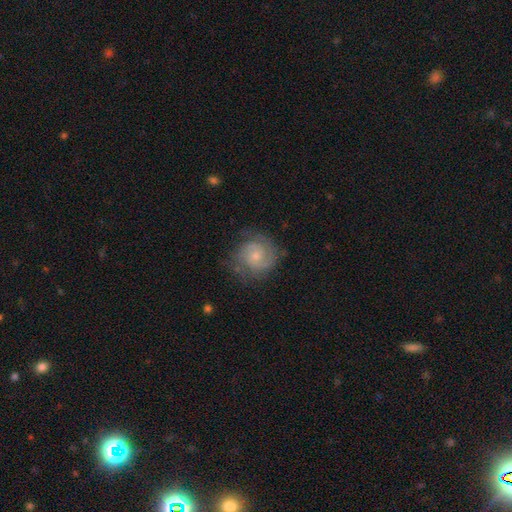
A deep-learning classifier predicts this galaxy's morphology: This appears to be a featured or disk galaxy (78%) with no bar (71%), 2 (65%) tight (59%) spiral arms (95%) and a small central bulge (66%). Merging: none (73%).